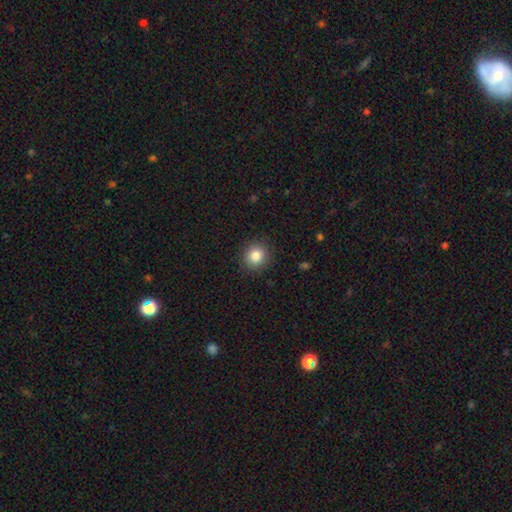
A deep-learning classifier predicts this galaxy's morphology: type=smooth (84%); roundness=round (88%); merging=none (90%).